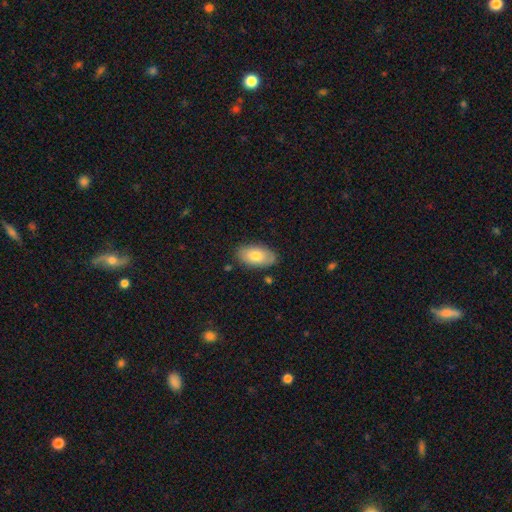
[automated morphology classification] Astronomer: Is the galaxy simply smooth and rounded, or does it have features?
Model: smooth — 76%.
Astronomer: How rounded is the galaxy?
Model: in between — 94%.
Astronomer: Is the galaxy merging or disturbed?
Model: none — 83%.